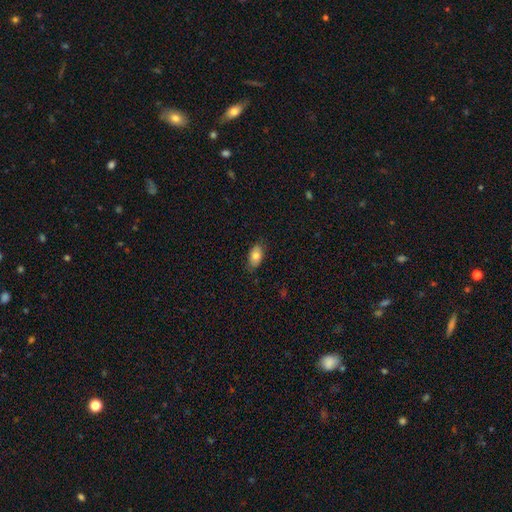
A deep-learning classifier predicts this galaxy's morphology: Overall: smooth (77%). How rounded: in between (92%). Merging: none (81%).